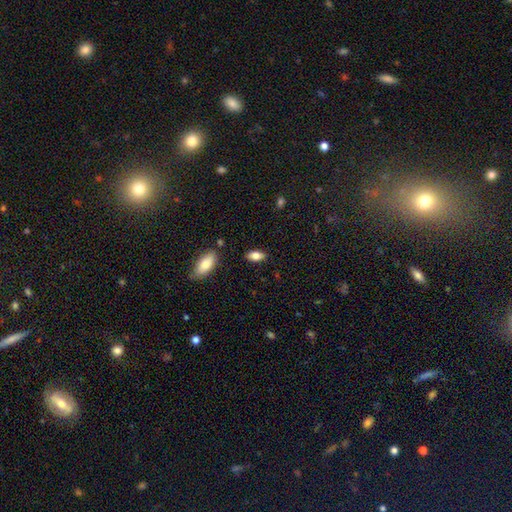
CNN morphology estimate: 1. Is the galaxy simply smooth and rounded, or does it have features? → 80% smooth, 13% featured or disk, 7% star or artifact.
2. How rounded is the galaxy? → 88% in between, 9% cigar-shaped, 3% round.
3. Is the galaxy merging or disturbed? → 85% none, 11% minor disturbance, 2% major disturbance, 2% merger.